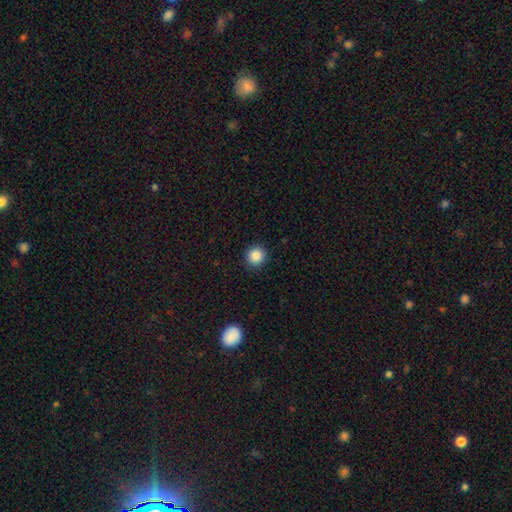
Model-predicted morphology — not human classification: Smooth or featured? smooth (87%)
How rounded? round (93%)
Merging? none (91%)